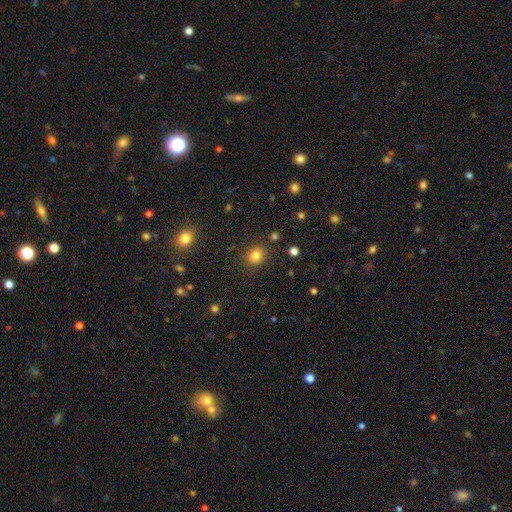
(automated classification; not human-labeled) This appears to be a smooth galaxy with no disk features (81%) that is round (72%). Merging: none (85%).